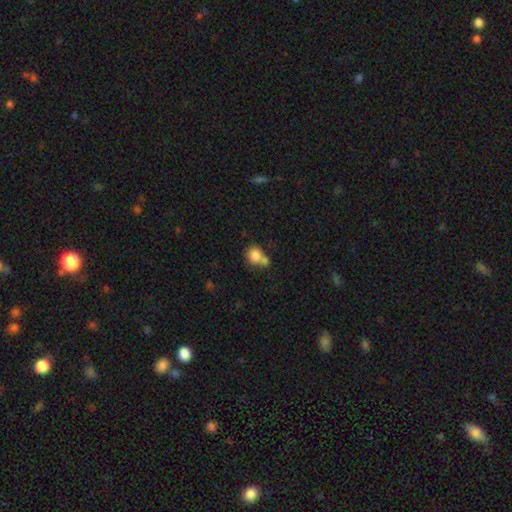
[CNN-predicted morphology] A smooth galaxy with no disk features (82%) that is round (76%). Merging: merger (45%).